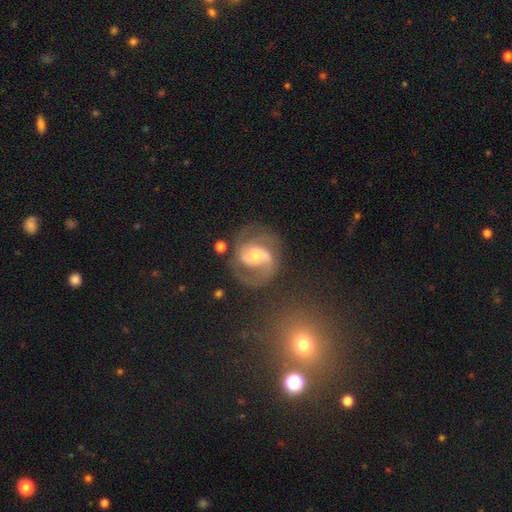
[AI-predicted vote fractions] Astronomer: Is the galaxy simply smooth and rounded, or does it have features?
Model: featured or disk — 83%.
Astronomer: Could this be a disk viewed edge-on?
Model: no — 98%.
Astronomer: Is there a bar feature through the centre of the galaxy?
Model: no — 42% (runner-up: weak, 38%).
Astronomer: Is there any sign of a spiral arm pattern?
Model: yes — 95%.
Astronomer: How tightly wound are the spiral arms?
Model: medium — 53% (runner-up: tight, 28%).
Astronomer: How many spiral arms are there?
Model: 2 — 81%.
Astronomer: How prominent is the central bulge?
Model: small — 50% (runner-up: moderate, 40%).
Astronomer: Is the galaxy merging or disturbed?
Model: none — 65%.